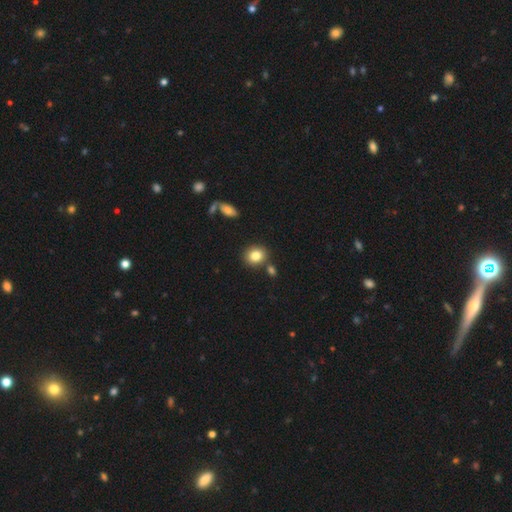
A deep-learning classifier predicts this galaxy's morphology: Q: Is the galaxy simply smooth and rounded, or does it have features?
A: smooth — 83%.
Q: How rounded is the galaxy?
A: round — 69%.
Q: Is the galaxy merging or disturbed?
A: none — 77%.